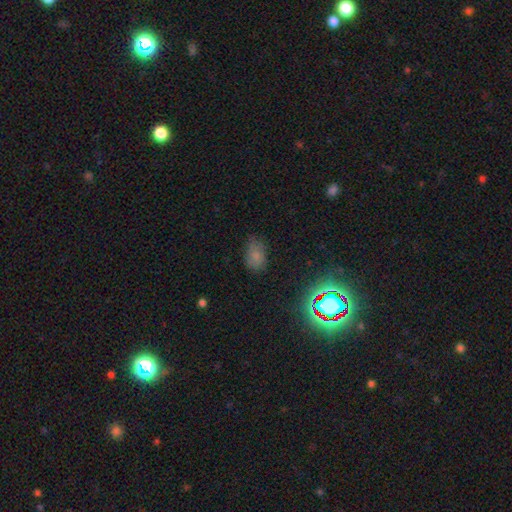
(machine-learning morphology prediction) A smooth galaxy with no disk features (71%) that is in between round and cigar-shaped (86%).

Vote fractions:
- Smooth or featured? smooth: 71% / star or artifact: 19% / featured or disk: 10%
- How rounded? in between: 86% / round: 12% / cigar-shaped: 2%
- Merging? none: 66% / minor disturbance: 25% / major disturbance: 7% / merger: 2%